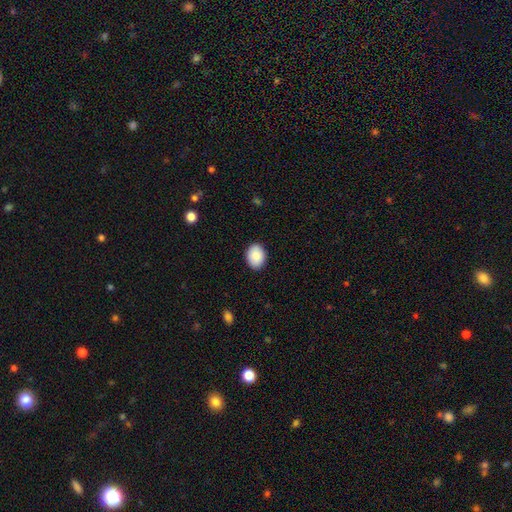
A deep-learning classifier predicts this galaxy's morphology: Smooth or featured? smooth (89%)
How rounded? in between (67%)
Merging? none (89%)